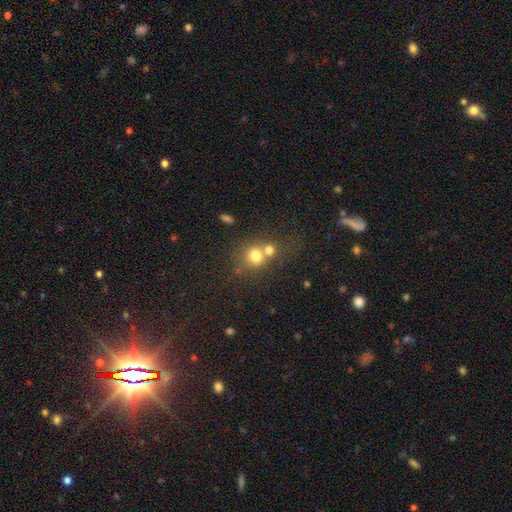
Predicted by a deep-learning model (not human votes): The model was most divided on "merging": merger: 54%, none: 34%, minor disturbance: 7%, major disturbance: 4%. More confident: how rounded — round (75%); smooth or featured — smooth (73%).